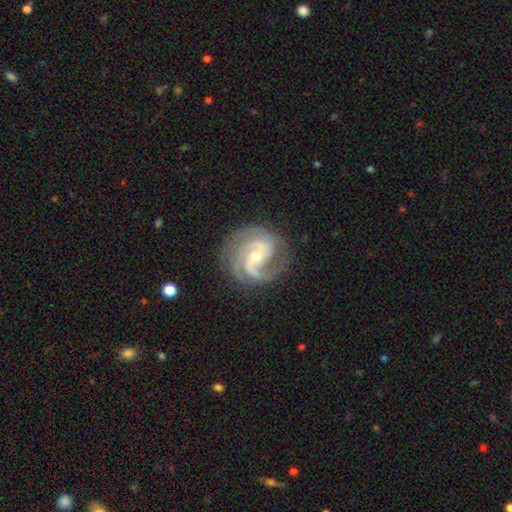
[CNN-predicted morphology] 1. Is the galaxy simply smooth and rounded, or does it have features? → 91% featured or disk, 5% star or artifact, 4% smooth.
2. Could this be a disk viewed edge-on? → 98% no, 2% yes.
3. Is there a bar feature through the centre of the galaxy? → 43% no, 39% weak, 17% strong.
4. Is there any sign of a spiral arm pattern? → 98% yes, 2% no.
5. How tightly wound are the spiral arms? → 47% medium, 44% tight, 9% loose.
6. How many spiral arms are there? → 42% 2, 38% 3, 8% can't tell, 5% 4, 4% 1, 4% more than 4.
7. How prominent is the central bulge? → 55% moderate, 41% small, 2% large, 1% none, 1% dominant.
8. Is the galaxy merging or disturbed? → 77% none, 15% minor disturbance, 7% major disturbance, 1% merger.